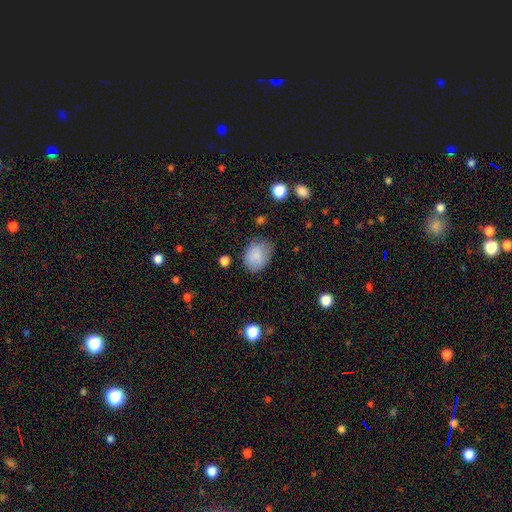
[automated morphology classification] Smooth or featured? smooth (84%)
How rounded? in between (63%)
Merging? none (63%)